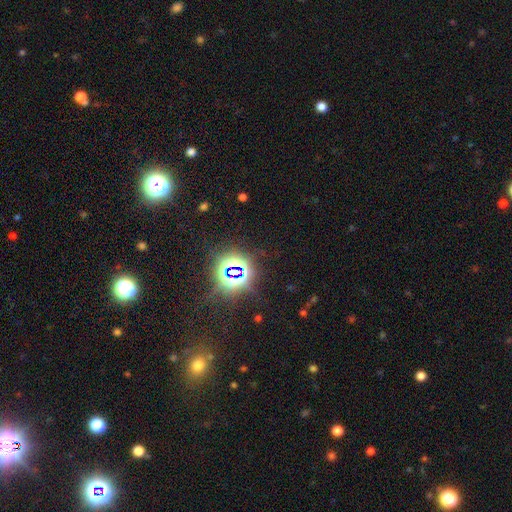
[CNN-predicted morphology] Smooth or featured? Predicted: star or artifact (p=0.79).